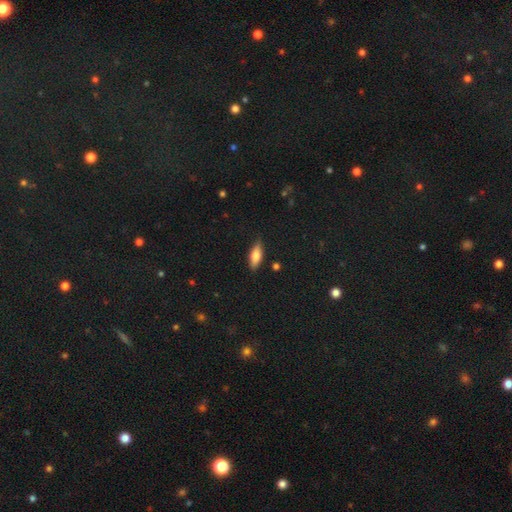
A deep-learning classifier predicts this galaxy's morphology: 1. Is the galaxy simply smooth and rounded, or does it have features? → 71% smooth, 22% featured or disk, 7% star or artifact.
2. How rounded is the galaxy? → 66% in between, 32% cigar-shaped, 2% round.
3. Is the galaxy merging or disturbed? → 84% none, 13% minor disturbance, 2% major disturbance, 1% merger.